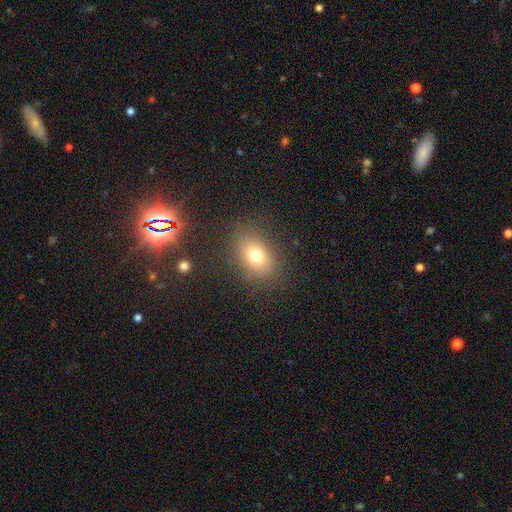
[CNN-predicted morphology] smooth-or-featured: smooth: 73% | star or artifact: 14% | featured or disk: 13%
  how-rounded: in between: 68% | round: 31% | cigar-shaped: 1%
  merging: none: 81% | minor disturbance: 12% | major disturbance: 6% | merger: 2%